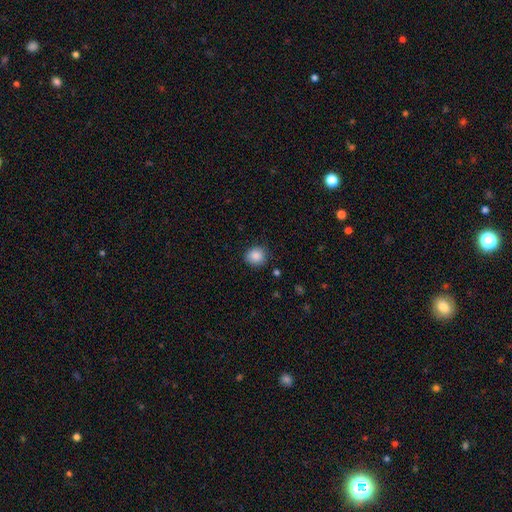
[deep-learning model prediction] Smooth or featured? smooth (87%)
How rounded? round (84%)
Merging? none (85%)